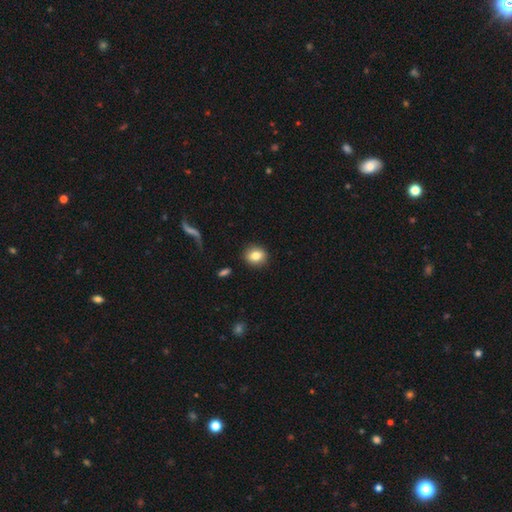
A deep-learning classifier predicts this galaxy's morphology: smooth 79%, featured or disk 12%, star or artifact 9%. Down the decision tree: how rounded — round (64%); merging — none (89%).